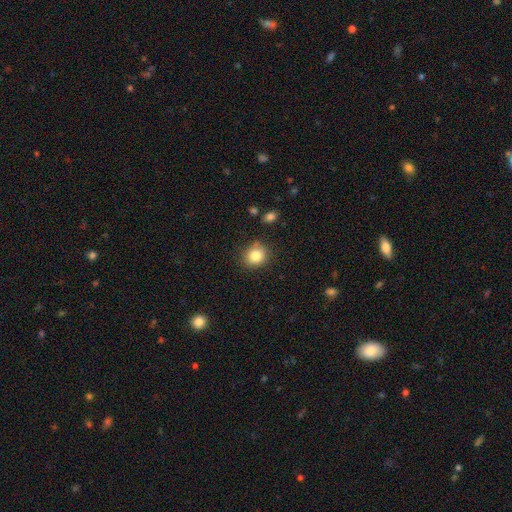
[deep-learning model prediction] This appears to be a smooth galaxy with no disk features (83%) that is round (79%). Merging: none (80%).